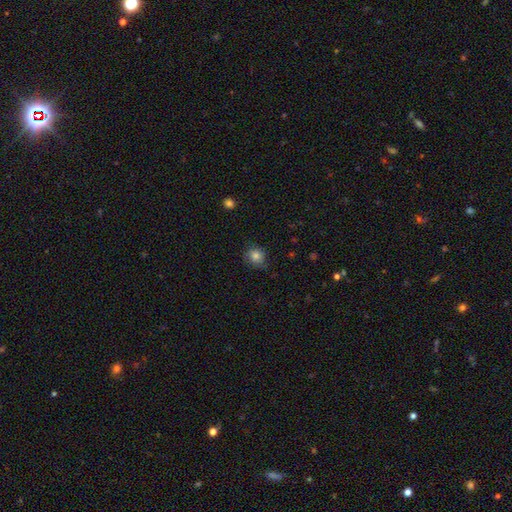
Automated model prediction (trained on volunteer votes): The model was most divided on "merging": none: 76%, minor disturbance: 18%, major disturbance: 5%, merger: 1%. More confident: how rounded — round (86%); smooth or featured — smooth (79%).